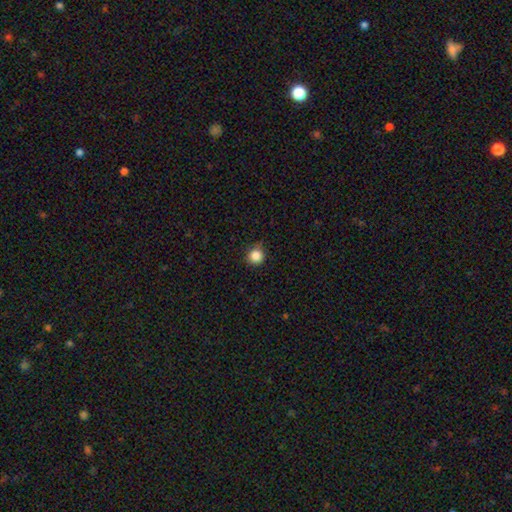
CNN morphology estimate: smooth-or-featured: smooth: 85% | star or artifact: 11% | featured or disk: 3%
  how-rounded: round: 94% | in between: 5% | cigar-shaped: 1%
  merging: none: 81% | minor disturbance: 15% | major disturbance: 3% | merger: 1%